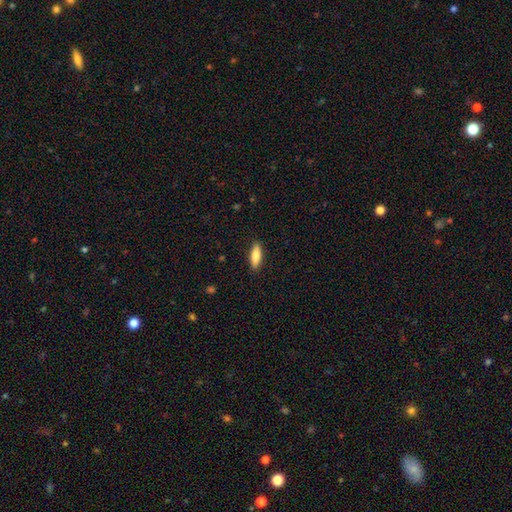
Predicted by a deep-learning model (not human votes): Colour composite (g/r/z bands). It shows a smooth galaxy with no disk features (81%) that is in between round and cigar-shaped (55%). Merging: none (89%).